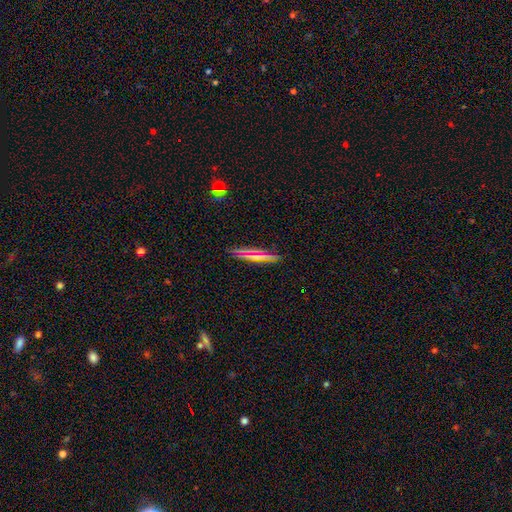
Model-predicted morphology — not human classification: A smooth galaxy with no disk features (58%) that is cigar-shaped (76%). Merging: none (85%).